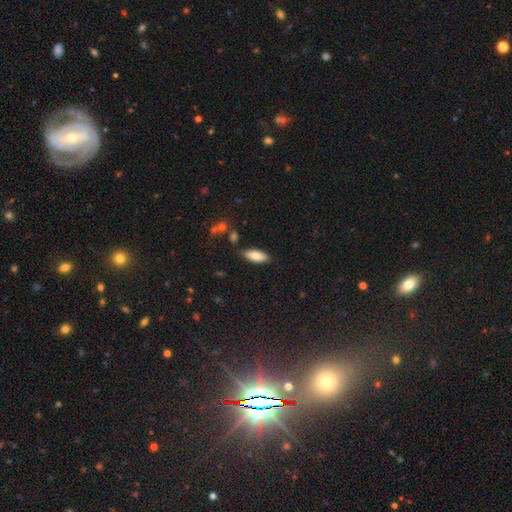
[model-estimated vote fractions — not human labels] The model was most divided on "how rounded": in between: 80%, cigar-shaped: 18%, round: 2%. More confident: merging — none (83%); smooth or featured — smooth (79%).